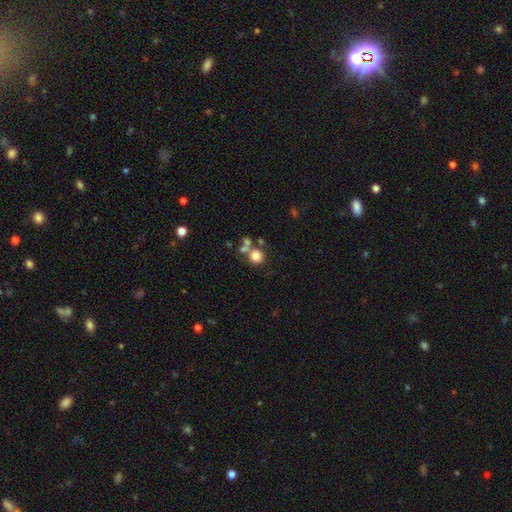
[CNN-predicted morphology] A smooth galaxy with no disk features (77%) that is round (89%). Merging: none (57%).